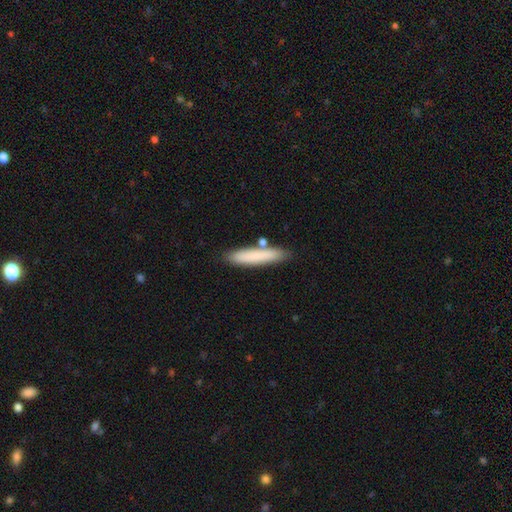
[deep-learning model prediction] This appears to be a smooth galaxy with no disk features (79%) that is cigar-shaped (88%). Merging: none (79%).